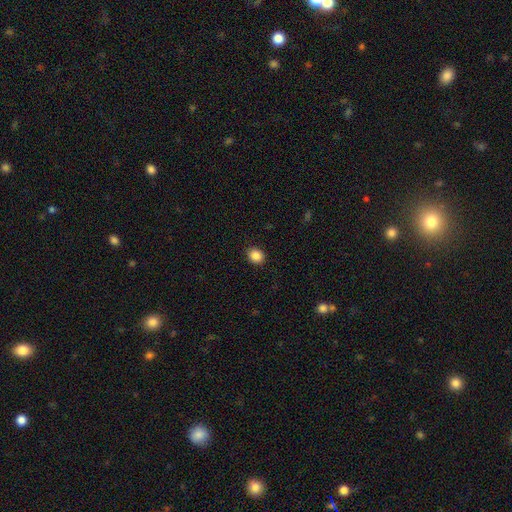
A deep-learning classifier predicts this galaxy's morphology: Overall: smooth (87%). How rounded: round (62%; in between 37%). Merging: none (91%).